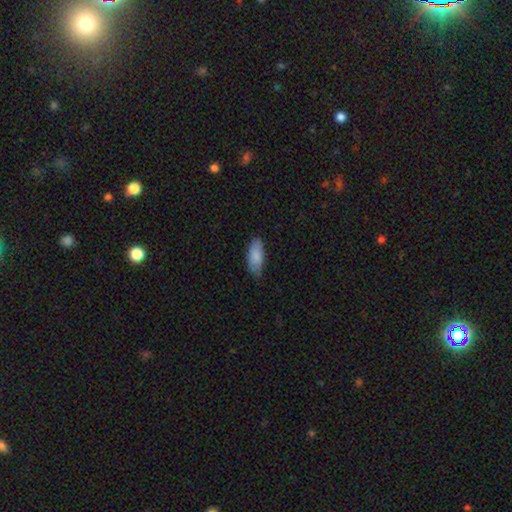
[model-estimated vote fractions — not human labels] Smooth or featured? smooth (86%)
How rounded? in between (85%)
Merging? none (70%)